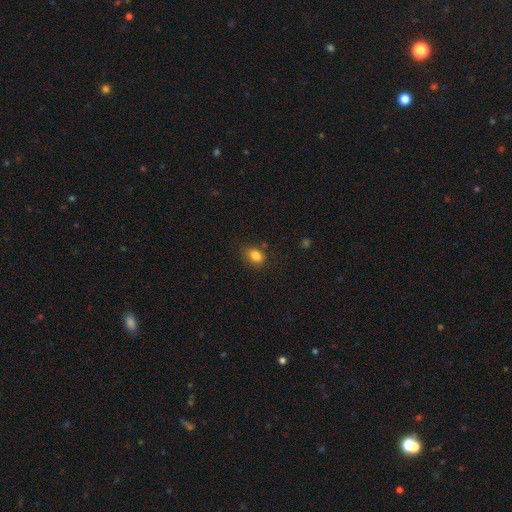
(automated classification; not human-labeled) Smooth or featured?
  - smooth: 84% *
  - star or artifact: 11%
  - featured or disk: 5%
How rounded?
  - in between: 66% *
  - round: 32%
  - cigar-shaped: 1%
Merging?
  - none: 76% *
  - minor disturbance: 17%
  - major disturbance: 4%
  - merger: 3%